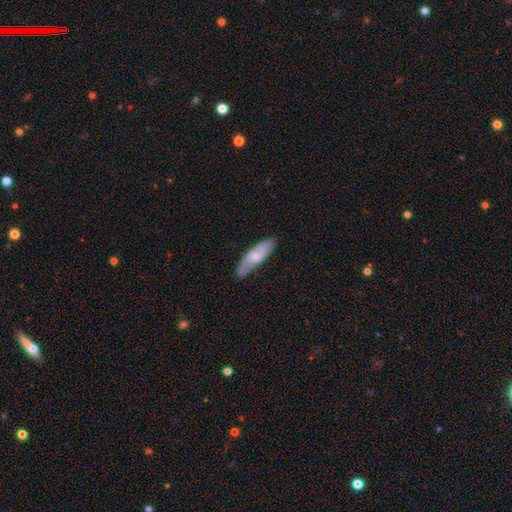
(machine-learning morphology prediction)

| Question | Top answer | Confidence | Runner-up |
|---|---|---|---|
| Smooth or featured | smooth | 60% | featured or disk (34%) |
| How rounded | in between | 50% | cigar-shaped (48%) |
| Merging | none | 77% | minor disturbance (18%) |